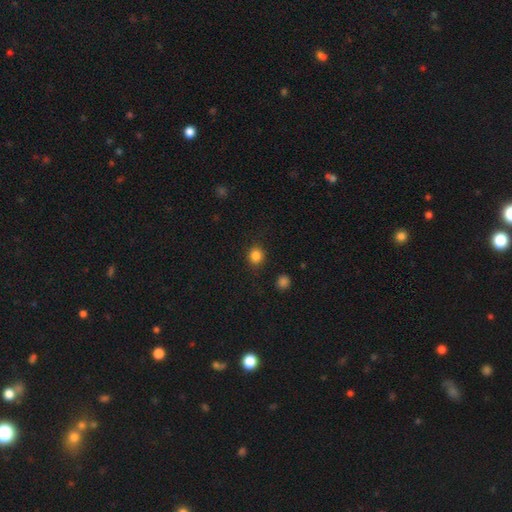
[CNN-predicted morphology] smooth_or_featured: smooth (p=0.84) [alt: star or artifact p=0.12]
how_rounded: round (p=0.81) [alt: in between p=0.18]
merging: none (p=0.87) [alt: minor disturbance p=0.09]